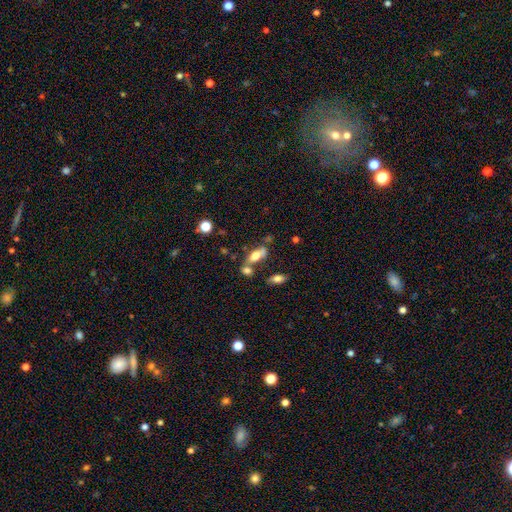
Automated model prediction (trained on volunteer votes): Smooth or featured: smooth — 62% (featured or disk — 29%)
How rounded: in between — 77% (cigar-shaped — 19%)
Merging: none — 52% (merger — 24%)